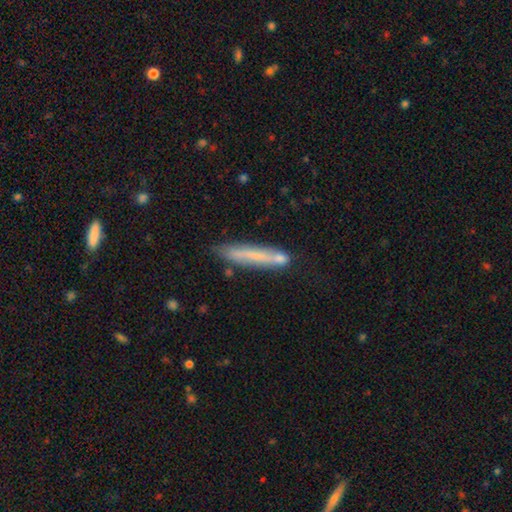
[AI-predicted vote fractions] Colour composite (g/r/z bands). It shows a smooth galaxy with no disk features (64%) that is cigar-shaped (94%). Merging: none (73%).